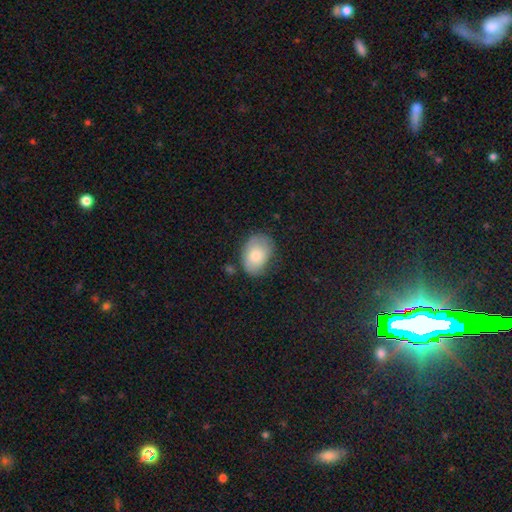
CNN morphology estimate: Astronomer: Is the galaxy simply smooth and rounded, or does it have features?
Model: smooth — 78%.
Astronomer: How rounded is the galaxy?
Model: in between — 81%.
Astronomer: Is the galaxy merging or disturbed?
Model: none — 63%.